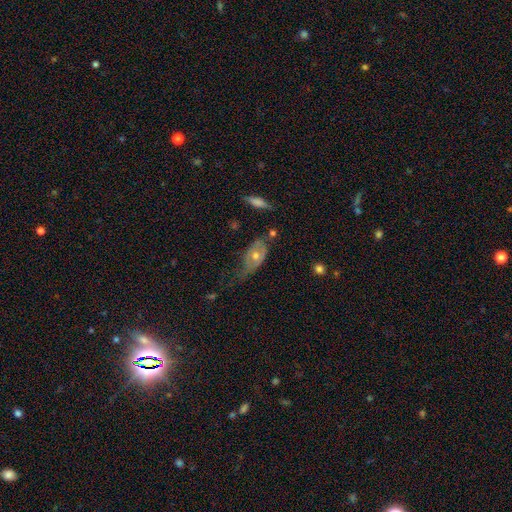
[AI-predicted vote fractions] A featured or disk galaxy (52%).

Vote fractions:
- Smooth or featured? featured or disk: 52% / smooth: 40% / star or artifact: 8%
- Edge-on disk? no: 79% / yes: 21%
- Merging? none: 35% / minor disturbance: 34% / major disturbance: 25% / merger: 5%